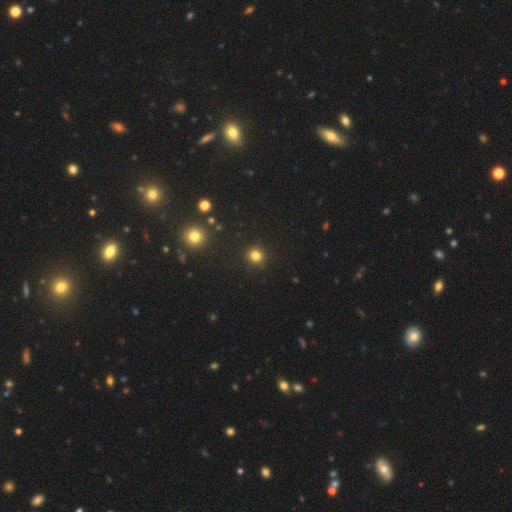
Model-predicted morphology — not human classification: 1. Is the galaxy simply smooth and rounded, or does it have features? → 81% smooth, 14% star or artifact, 5% featured or disk.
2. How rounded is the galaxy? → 90% round, 9% in between, 1% cigar-shaped.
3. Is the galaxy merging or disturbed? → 92% none, 5% minor disturbance, 2% major disturbance, 1% merger.